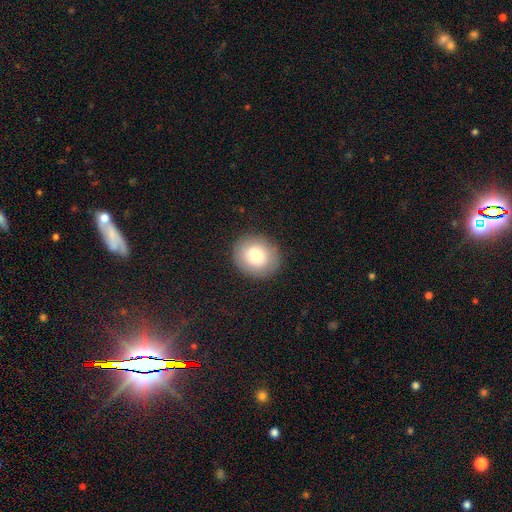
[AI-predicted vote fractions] A smooth galaxy with no disk features (81%) that is round (76%). Merging: none (88%).